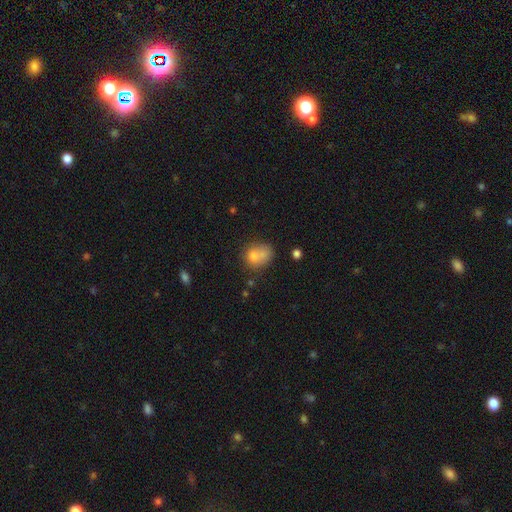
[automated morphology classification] Smooth or featured? Predicted: smooth (p=0.74). How rounded? Predicted: round (p=0.52). Merging? Predicted: none (p=0.38).